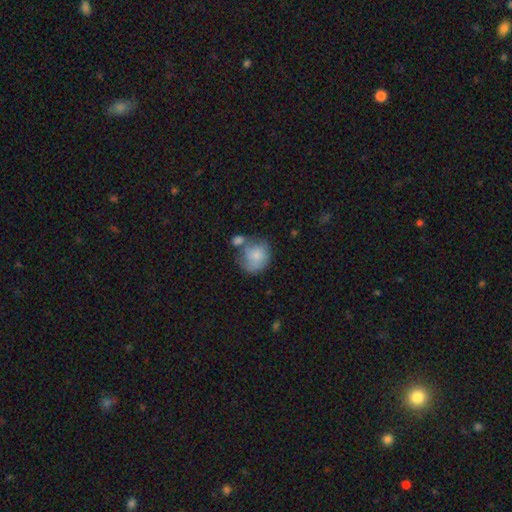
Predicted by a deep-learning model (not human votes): This appears to be a smooth galaxy with no disk features (77%) that is round (75%). Merging: none (37%).